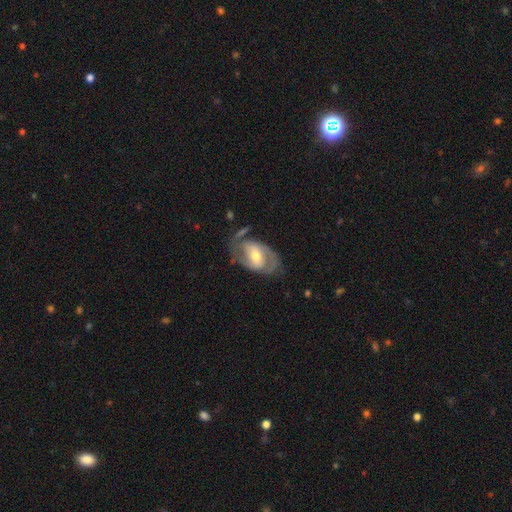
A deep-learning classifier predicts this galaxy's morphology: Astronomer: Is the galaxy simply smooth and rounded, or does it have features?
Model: featured or disk — 82%.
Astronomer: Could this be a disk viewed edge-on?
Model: no — 96%.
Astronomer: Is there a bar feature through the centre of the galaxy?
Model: weak — 45% (runner-up: strong, 32%).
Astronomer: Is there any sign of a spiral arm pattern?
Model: yes — 90%.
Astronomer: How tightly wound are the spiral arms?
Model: medium — 51% (runner-up: tight, 31%).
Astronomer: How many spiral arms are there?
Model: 2 — 85%.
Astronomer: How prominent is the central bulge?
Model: moderate — 64%.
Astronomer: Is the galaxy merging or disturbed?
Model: none — 66%.